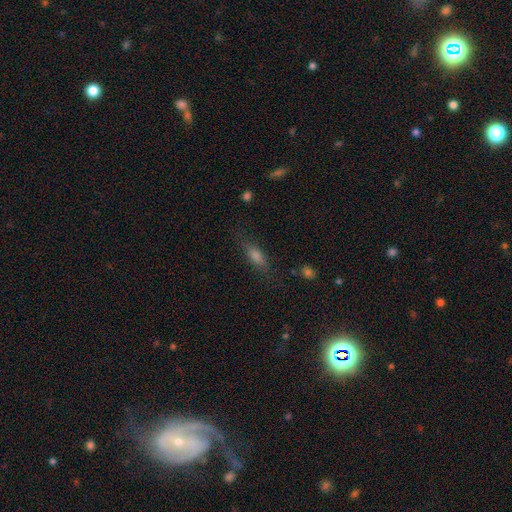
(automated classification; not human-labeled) Q: Smooth or featured?
A: smooth (60%); runner-up: featured or disk (23%)
Q: How rounded?
A: in between (51%); runner-up: cigar-shaped (44%)
Q: Merging?
A: none (75%); runner-up: minor disturbance (16%)